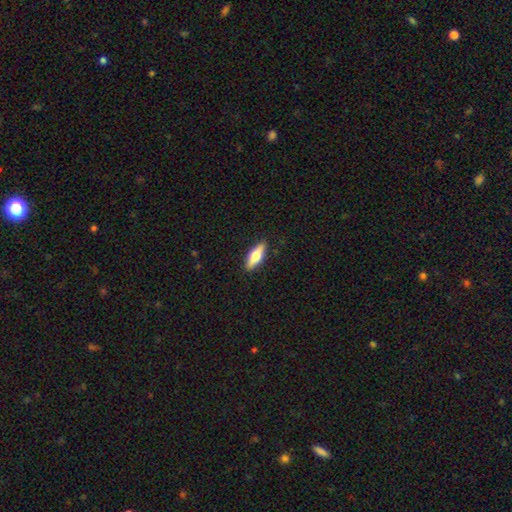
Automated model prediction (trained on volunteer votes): Q: Smooth or featured?
A: smooth (56%); runner-up: featured or disk (38%)
Q: How rounded?
A: in between (53%); runner-up: cigar-shaped (45%)
Q: Merging?
A: none (90%); runner-up: minor disturbance (8%)